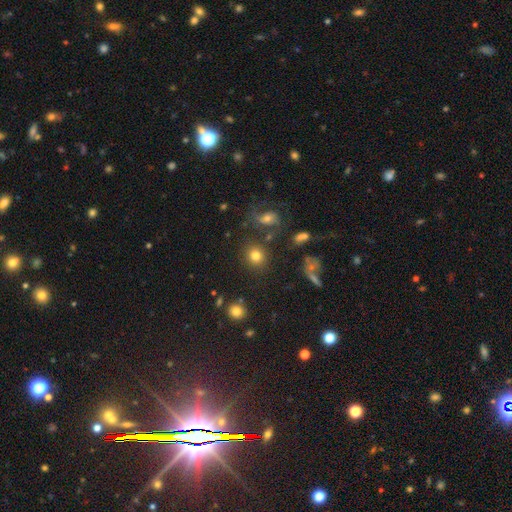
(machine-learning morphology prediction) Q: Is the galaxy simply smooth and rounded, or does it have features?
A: smooth — 78%.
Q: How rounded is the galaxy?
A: round — 82%.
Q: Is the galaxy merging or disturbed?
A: none — 81%.